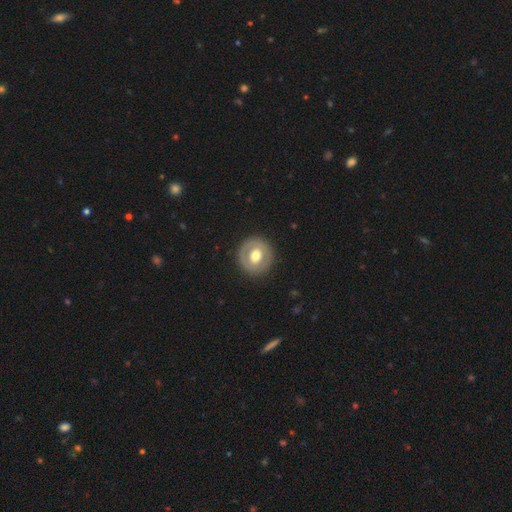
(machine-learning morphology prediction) Smooth or featured?
  - smooth: 51% *
  - featured or disk: 43%
  - star or artifact: 6%
How rounded?
  - round: 92% *
  - in between: 7%
  - cigar-shaped: 1%
Merging?
  - none: 88% *
  - minor disturbance: 8%
  - major disturbance: 3%
  - merger: 1%